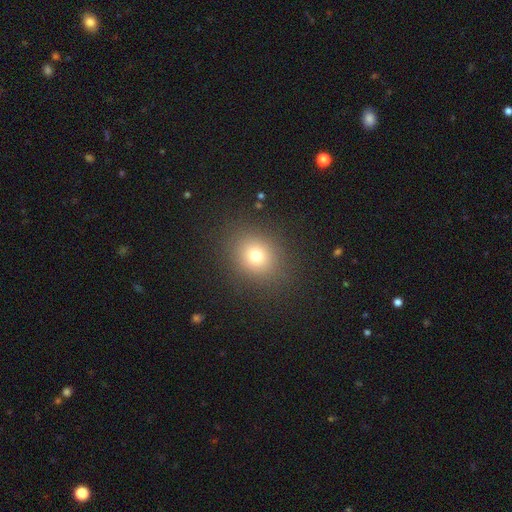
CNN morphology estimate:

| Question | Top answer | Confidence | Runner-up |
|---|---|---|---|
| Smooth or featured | smooth | 72% | star or artifact (17%) |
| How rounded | round | 71% | in between (28%) |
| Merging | none | 86% | minor disturbance (8%) |